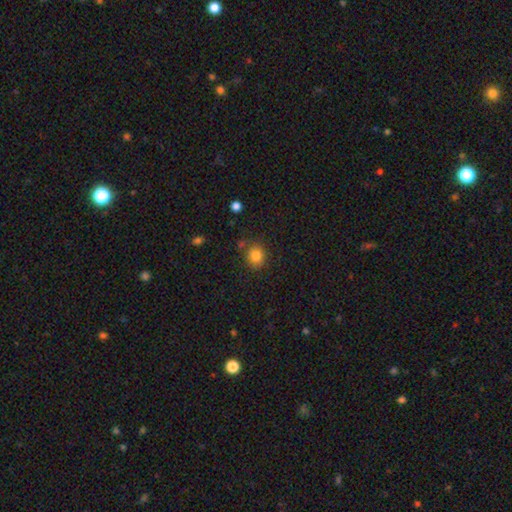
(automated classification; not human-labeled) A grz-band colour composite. It shows a smooth galaxy with no disk features (84%) that is round (78%). Merging: none (79%).